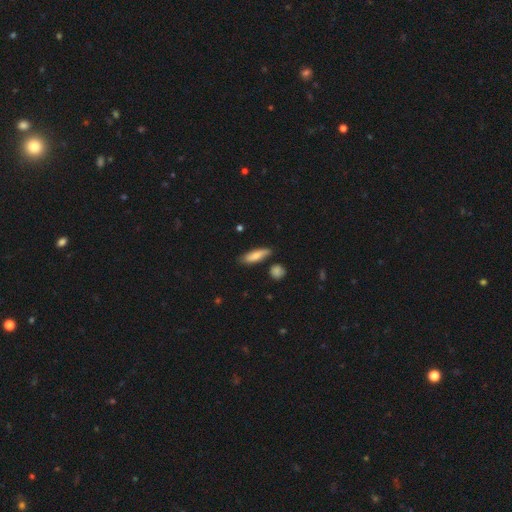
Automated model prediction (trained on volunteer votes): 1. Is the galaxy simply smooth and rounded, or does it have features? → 76% smooth, 18% featured or disk, 6% star or artifact.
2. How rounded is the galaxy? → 53% cigar-shaped, 44% in between, 3% round.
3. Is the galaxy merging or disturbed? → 76% none, 17% minor disturbance, 4% merger, 3% major disturbance.